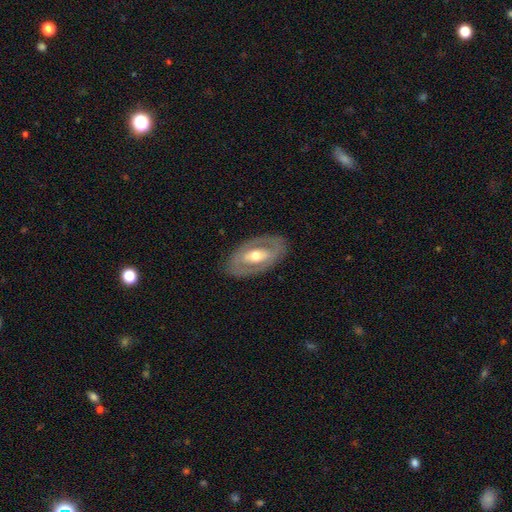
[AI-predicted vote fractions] This is likely a featured or disk galaxy (67%). It is clearly not viewed edge-on (89%). Bar: possibly no (46%). Spiral arm pattern: likely no (70%). Central bulge: likely moderate (68%). Merging: clearly none (83%).